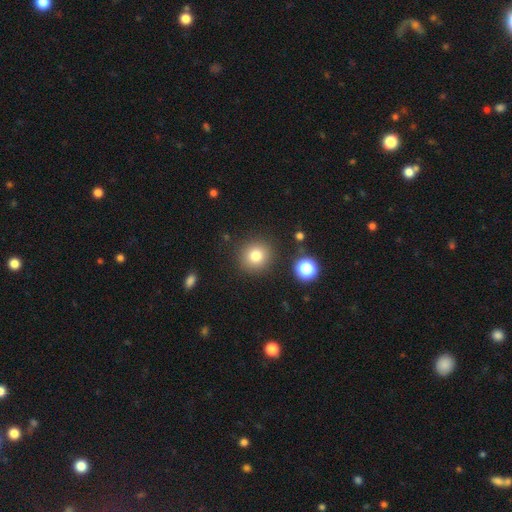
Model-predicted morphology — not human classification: The model was most divided on "smooth or featured": smooth: 80%, star or artifact: 12%, featured or disk: 8%. More confident: how rounded — round (91%); merging — none (88%).